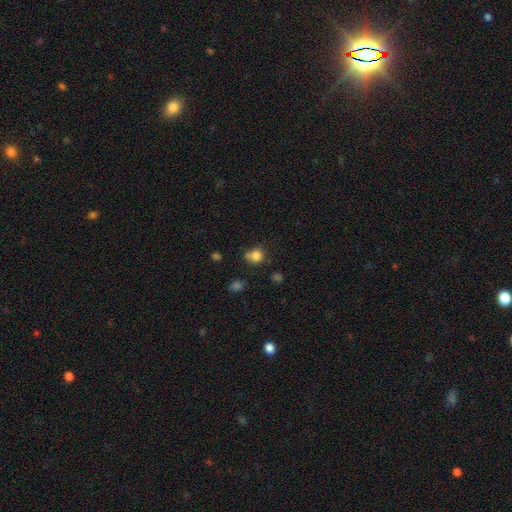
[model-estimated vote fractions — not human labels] This appears to be a smooth galaxy with no disk features (81%) that is round (79%). Merging: none (58%).